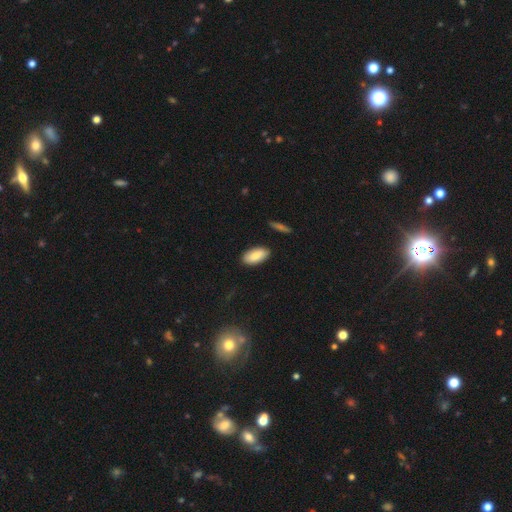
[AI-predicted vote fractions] Smooth or featured?
  - smooth: 85% *
  - featured or disk: 9%
  - star or artifact: 6%
How rounded?
  - in between: 93% *
  - cigar-shaped: 5%
  - round: 2%
Merging?
  - none: 87% *
  - minor disturbance: 10%
  - major disturbance: 2%
  - merger: 2%